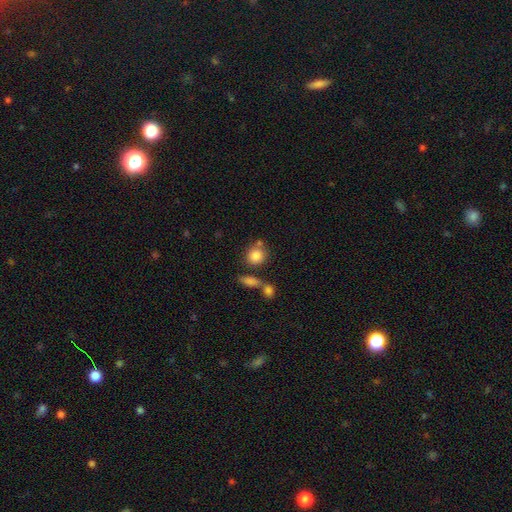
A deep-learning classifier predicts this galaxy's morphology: Overall: smooth (83%). How rounded: round (81%). Merging: none (61%; merger 22%).